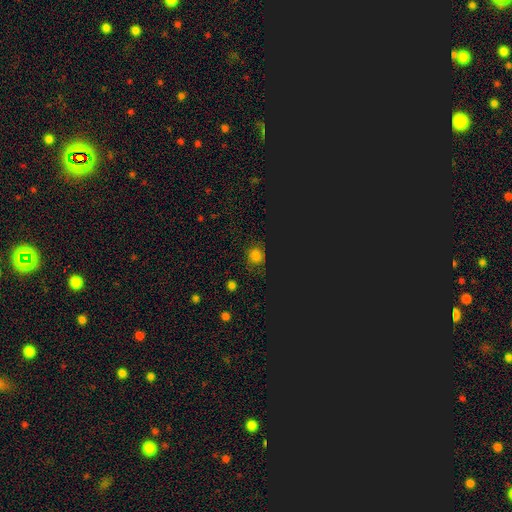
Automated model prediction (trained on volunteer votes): This appears to be a smooth galaxy with no disk features (60%) that is round (75%). Merging: none (75%).